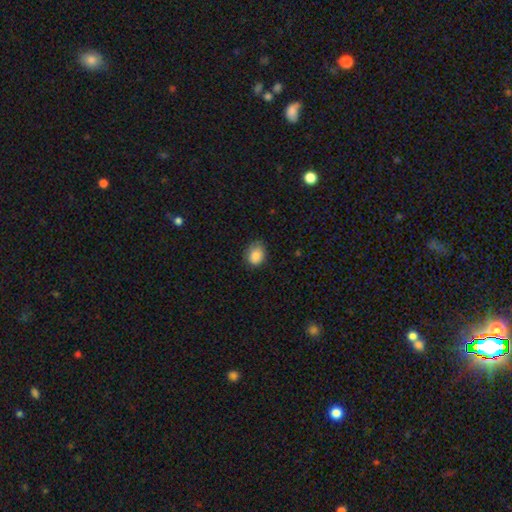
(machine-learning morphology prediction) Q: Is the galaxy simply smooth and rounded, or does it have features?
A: smooth — 86%.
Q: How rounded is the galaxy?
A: in between — 53%.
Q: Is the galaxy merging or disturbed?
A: none — 65%.